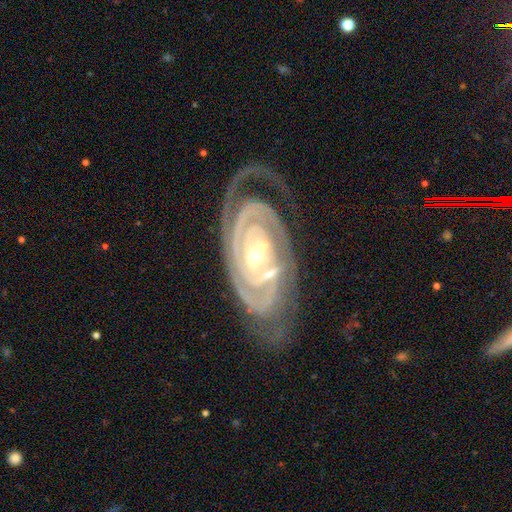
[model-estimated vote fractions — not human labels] smooth_or_featured: featured or disk (p=0.92) [alt: star or artifact p=0.05]
disk_edge_on: no (p=0.96) [alt: yes p=0.04]
bar: no (p=0.41) [alt: weak p=0.32]
has_spiral_arms: yes (p=0.98) [alt: no p=0.02]
spiral_winding: tight (p=0.84) [alt: medium p=0.14]
spiral_arm_count: 2 (p=0.45) [alt: 3 p=0.21]
bulge_size: small (p=0.60) [alt: moderate p=0.36]
merging: none (p=0.65) [alt: minor disturbance p=0.19]